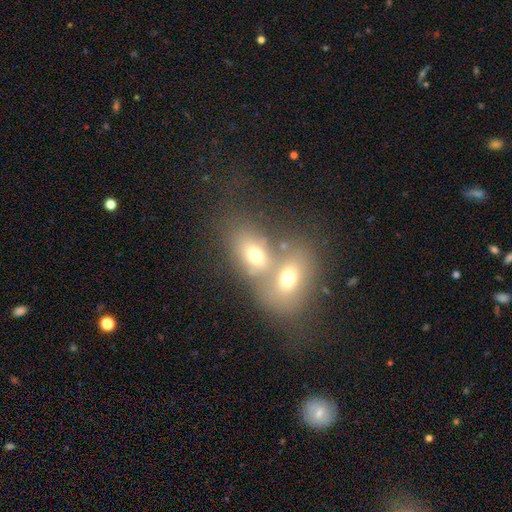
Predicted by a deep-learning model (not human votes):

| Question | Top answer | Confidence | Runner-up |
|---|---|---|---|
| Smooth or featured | smooth | 59% | featured or disk (27%) |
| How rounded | in between | 65% | round (32%) |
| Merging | merger | 72% | none (19%) |